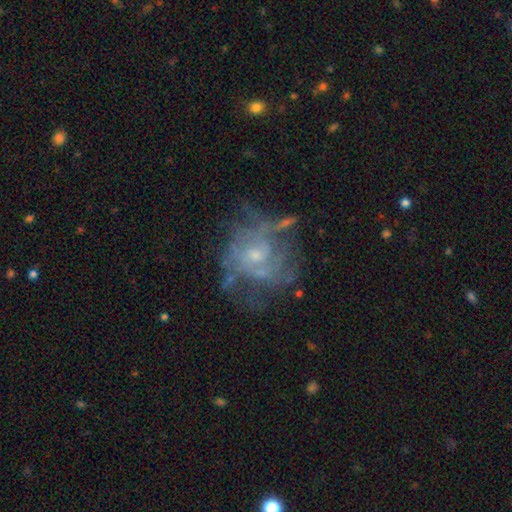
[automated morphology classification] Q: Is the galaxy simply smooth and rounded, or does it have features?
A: featured or disk — 73%.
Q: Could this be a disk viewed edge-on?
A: no — 98%.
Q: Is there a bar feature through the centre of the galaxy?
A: no — 72%.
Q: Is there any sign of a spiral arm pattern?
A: yes — 63%.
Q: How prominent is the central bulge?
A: small — 61%.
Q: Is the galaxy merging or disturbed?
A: none — 46%.